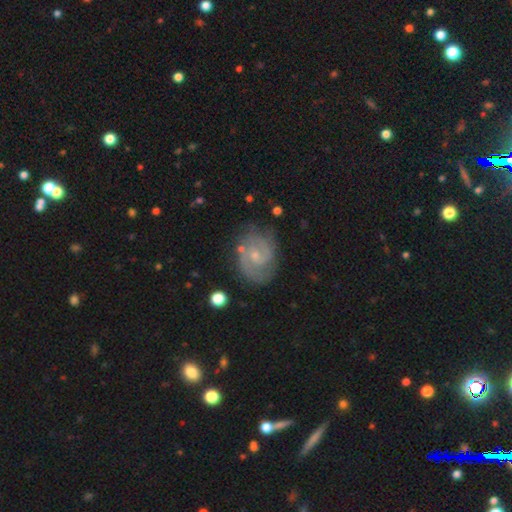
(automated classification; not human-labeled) This is clearly a featured or disk galaxy (83%). It is clearly not viewed edge-on (98%). Bar: possibly no (49%). Spiral arm pattern: clearly yes (95%). Spiral arm count: likely 2 (79%). Spiral winding: possibly medium (47%). Central bulge: likely small (70%). Merging: likely none (75%).